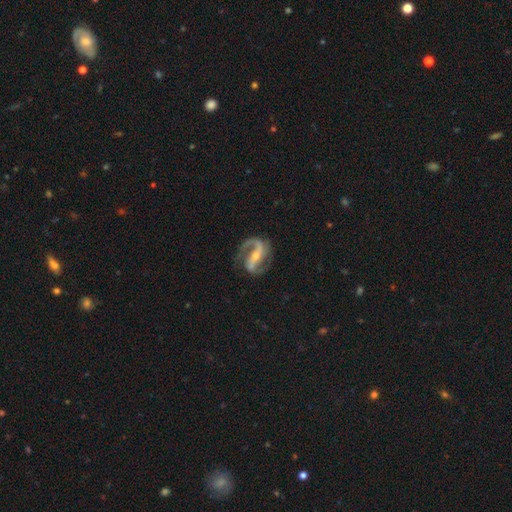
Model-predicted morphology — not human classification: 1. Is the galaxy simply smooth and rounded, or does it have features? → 91% featured or disk, 5% smooth, 4% star or artifact.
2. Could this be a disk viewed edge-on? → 96% no, 4% yes.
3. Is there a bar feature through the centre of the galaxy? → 62% strong, 23% weak, 15% no.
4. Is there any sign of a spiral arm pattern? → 97% yes, 3% no.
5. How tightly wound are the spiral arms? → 48% medium, 35% loose, 17% tight.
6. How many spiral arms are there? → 89% 2, 6% 1, 2% can't tell, 1% 3, 1% 4, 1% more than 4.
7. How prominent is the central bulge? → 59% small, 36% moderate, 2% none, 2% large, 1% dominant.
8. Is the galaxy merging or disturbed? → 76% none, 14% minor disturbance, 9% major disturbance, 2% merger.